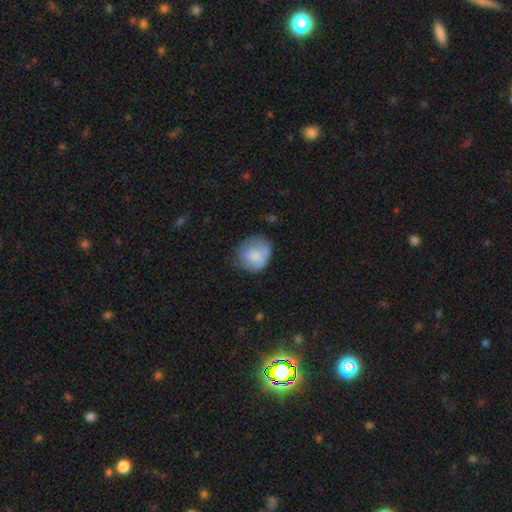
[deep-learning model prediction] Smooth or featured? smooth (73%)
How rounded? round (81%)
Merging? none (55%)